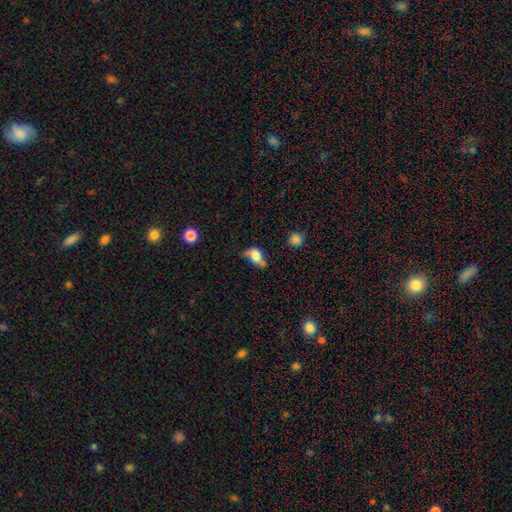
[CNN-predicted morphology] Overall: smooth (64%; featured or disk 24%). How rounded: in between (64%; round 33%). Merging: none (31%; minor disturbance 29%).